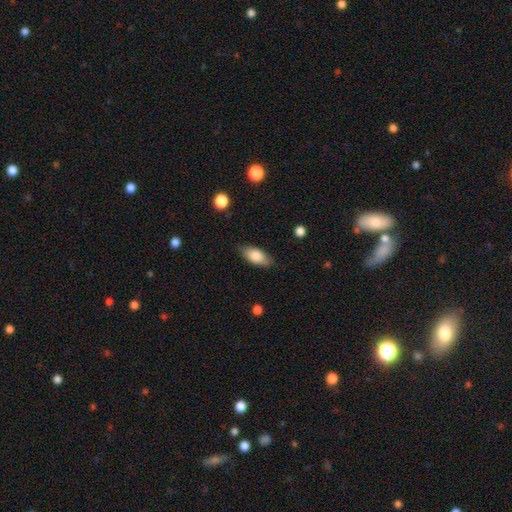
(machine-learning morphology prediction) This appears to be a smooth galaxy with no disk features (80%) that is in between round and cigar-shaped (89%). Merging: none (80%).